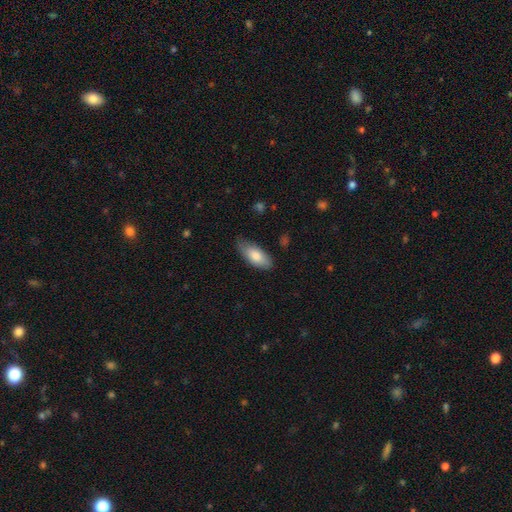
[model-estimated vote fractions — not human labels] Morphology: type=smooth (80%); roundness=in between (87%); merging=none (69%).